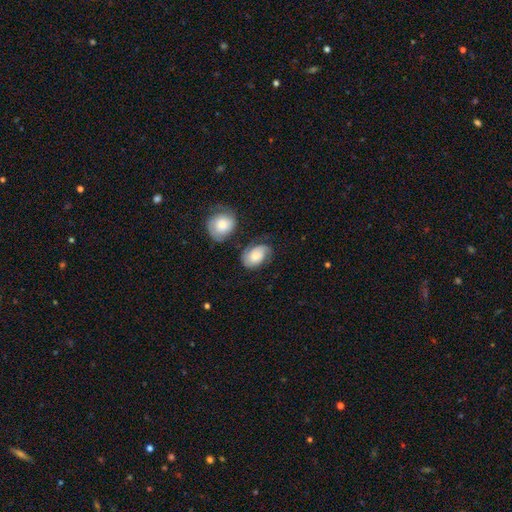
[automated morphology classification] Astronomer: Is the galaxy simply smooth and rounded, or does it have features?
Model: smooth — 47% (runner-up: featured or disk, 45%).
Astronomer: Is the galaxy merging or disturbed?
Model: none — 55%.